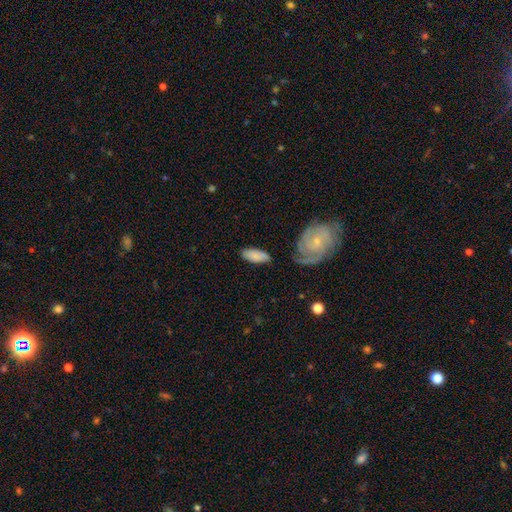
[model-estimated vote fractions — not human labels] smooth_or_featured: smooth (p=0.76) [alt: featured or disk p=0.18]
how_rounded: in between (p=0.82) [alt: cigar-shaped p=0.16]
merging: none (p=0.70) [alt: minor disturbance p=0.19]